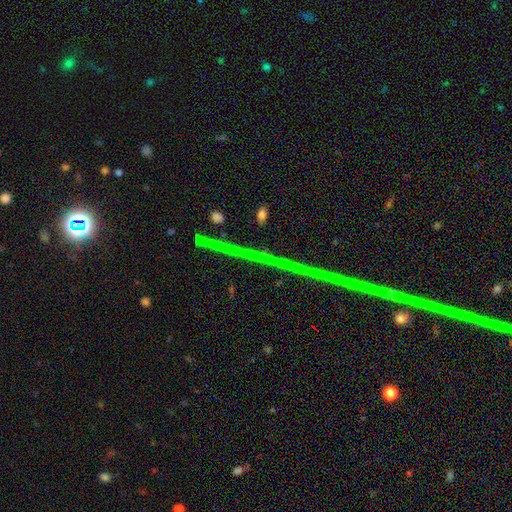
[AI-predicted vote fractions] A star or artifact, not a galaxy (70%).

Vote fractions:
- Smooth or featured? star or artifact: 70% / featured or disk: 17% / smooth: 13%